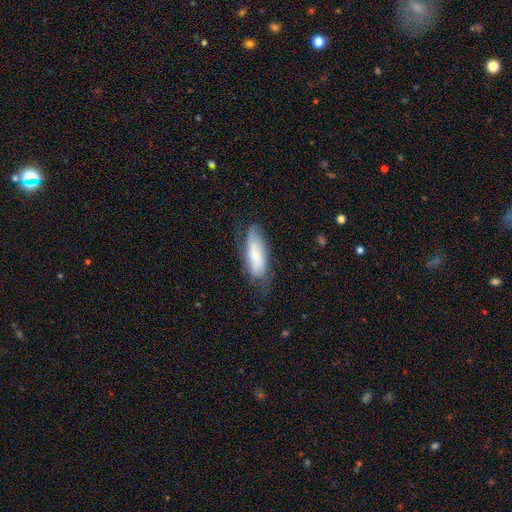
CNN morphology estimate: type=smooth (56%); roundness=in between (68%); merging=none (58%).